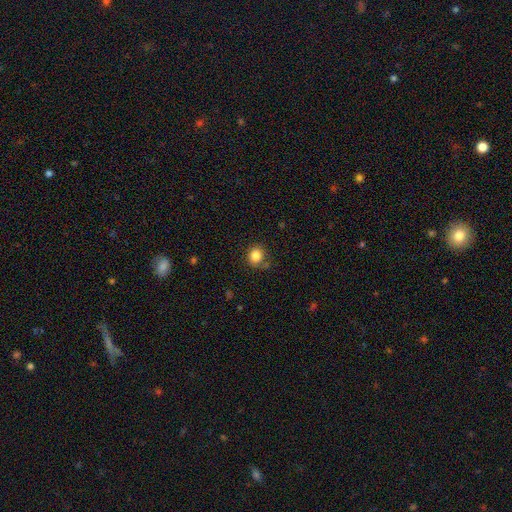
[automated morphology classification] This is clearly a smooth galaxy (84%). How rounded: clearly round (80%). Merging: likely none (80%).